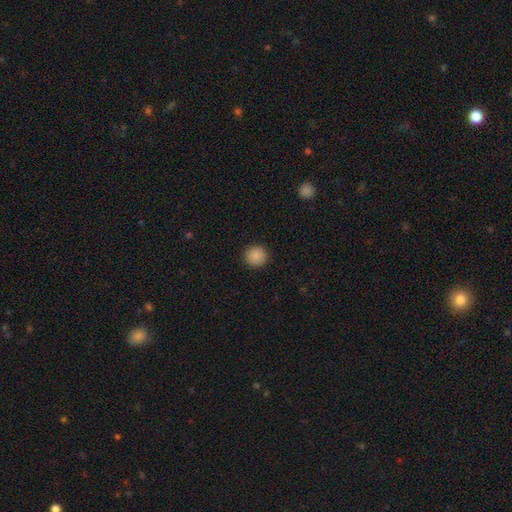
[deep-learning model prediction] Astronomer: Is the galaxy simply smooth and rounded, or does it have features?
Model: smooth — 89%.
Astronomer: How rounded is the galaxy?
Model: round — 95%.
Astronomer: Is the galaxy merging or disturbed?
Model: none — 92%.